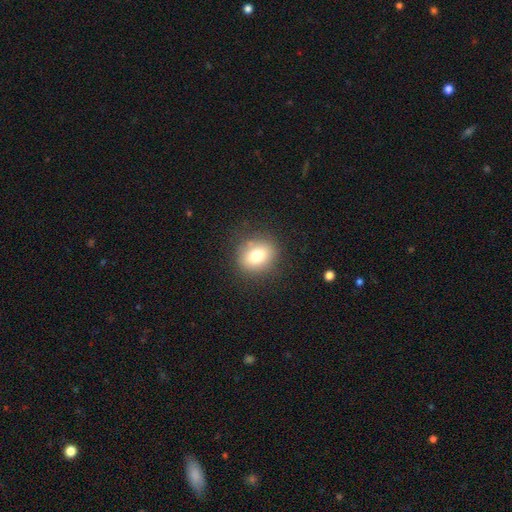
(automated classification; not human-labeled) smooth_or_featured: smooth (p=0.75) [alt: featured or disk p=0.14]
how_rounded: round (p=0.67) [alt: in between p=0.32]
merging: none (p=0.86) [alt: minor disturbance p=0.10]